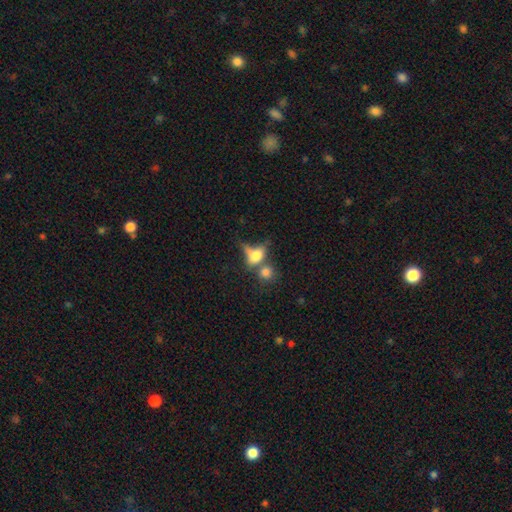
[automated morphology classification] smooth_or_featured: smooth (p=0.67) [alt: featured or disk p=0.21]
how_rounded: in between (p=0.65) [alt: round p=0.29]
merging: merger (p=0.49) [alt: none p=0.21]